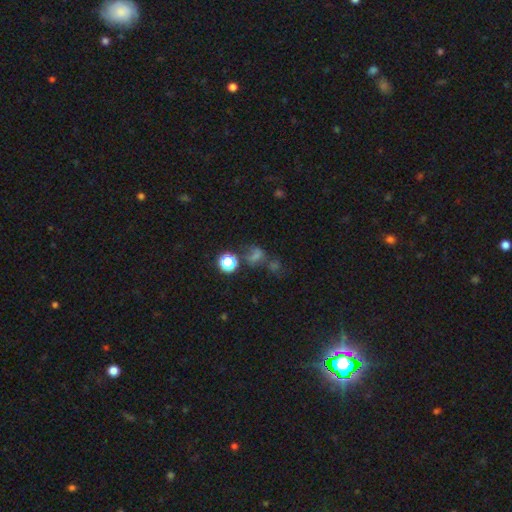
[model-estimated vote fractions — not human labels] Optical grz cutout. It shows a star or artifact, not a galaxy (46%).